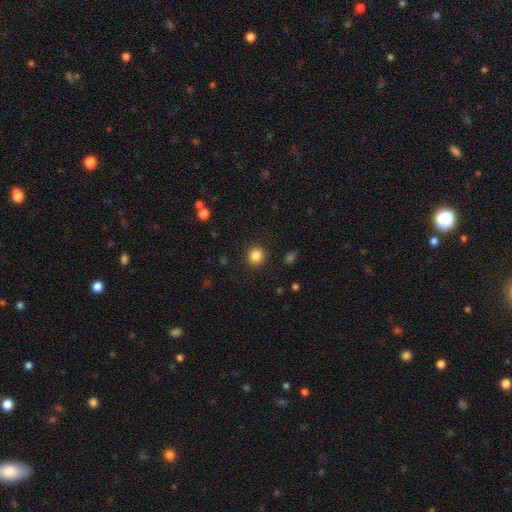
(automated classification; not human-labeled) smooth-or-featured: smooth: 85% | star or artifact: 11% | featured or disk: 4%
  how-rounded: round: 90% | in between: 9% | cigar-shaped: 1%
  merging: none: 91% | minor disturbance: 6% | major disturbance: 2% | merger: 1%